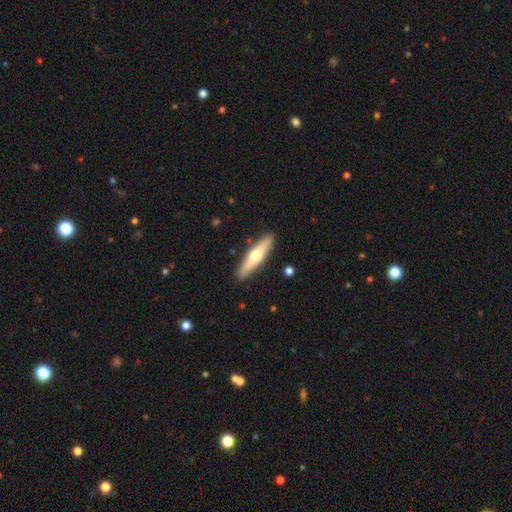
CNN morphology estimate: This is possibly a smooth galaxy (51%). How rounded: clearly cigar-shaped (80%). Merging: clearly none (90%).